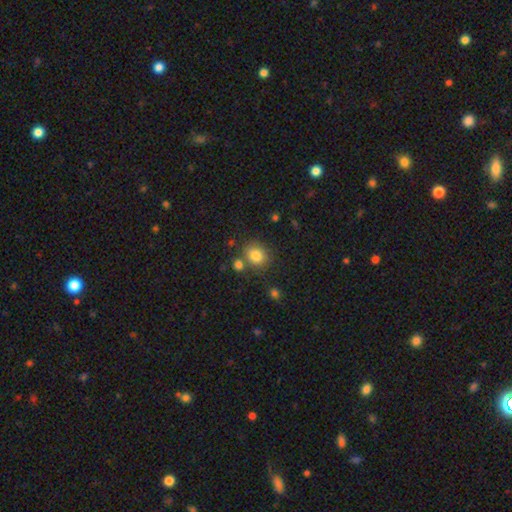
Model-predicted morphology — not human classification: This appears to be a smooth galaxy with no disk features (81%) that is round (73%). Merging: none (71%).